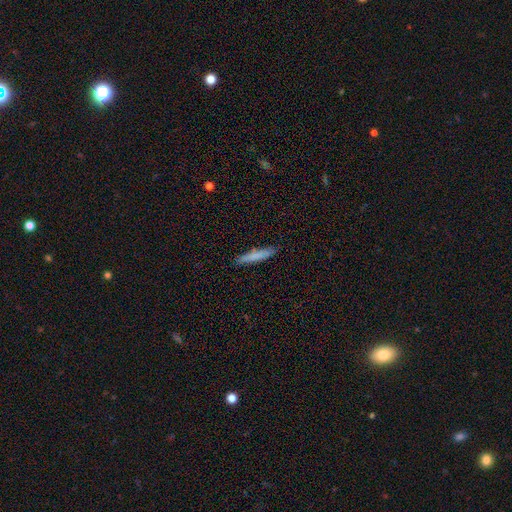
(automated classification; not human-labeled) Overall: smooth (78%). How rounded: cigar-shaped (93%). Merging: none (89%).